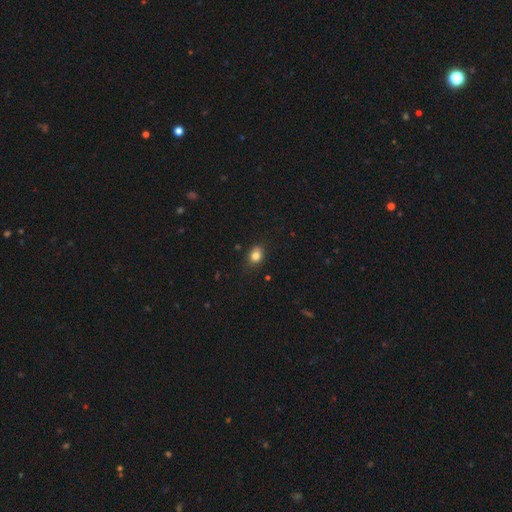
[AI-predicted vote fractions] Smooth or featured? Predicted: smooth (p=0.82). How rounded? Predicted: in between (p=0.54). Merging? Predicted: none (p=0.80).